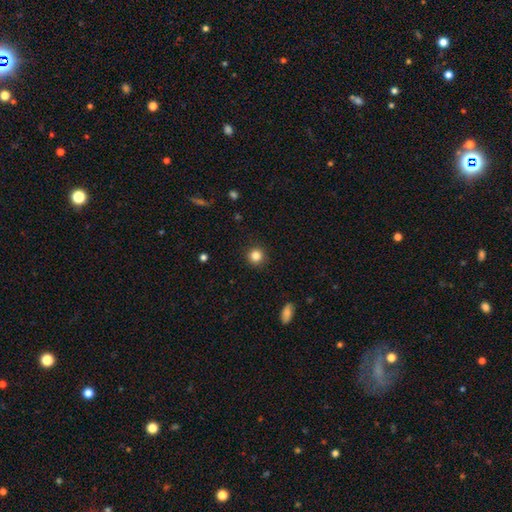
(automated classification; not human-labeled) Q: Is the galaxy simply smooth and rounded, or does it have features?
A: smooth — 84%.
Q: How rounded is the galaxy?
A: round — 93%.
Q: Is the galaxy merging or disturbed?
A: none — 91%.